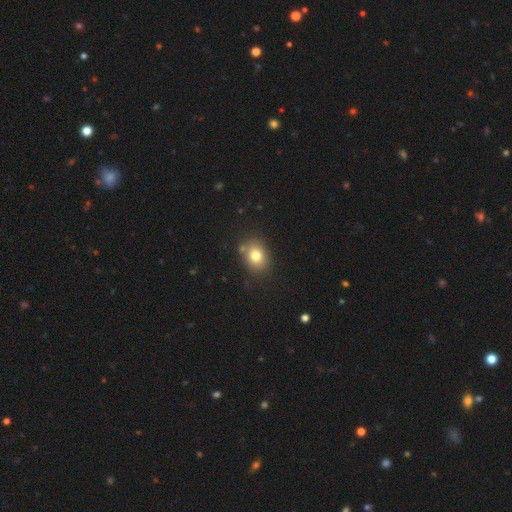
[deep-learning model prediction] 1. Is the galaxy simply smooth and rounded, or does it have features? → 78% smooth, 11% star or artifact, 11% featured or disk.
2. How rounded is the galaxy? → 54% in between, 45% round, 1% cigar-shaped.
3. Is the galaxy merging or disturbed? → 79% none, 12% minor disturbance, 6% merger, 4% major disturbance.